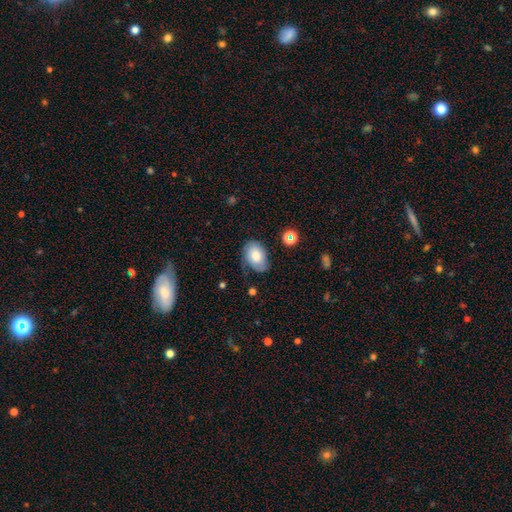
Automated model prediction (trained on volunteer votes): A smooth galaxy with no disk features (70%) that is in between round and cigar-shaped (84%). Merging: none (59%).